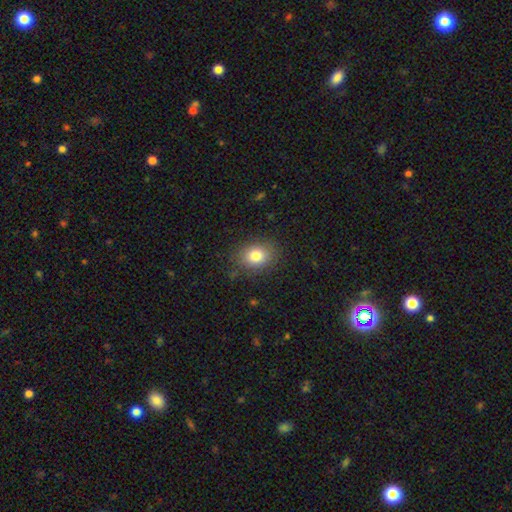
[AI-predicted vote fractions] The model was most divided on "how rounded": in between: 53%, round: 46%, cigar-shaped: 1%. More confident: merging — none (84%); smooth or featured — smooth (81%).